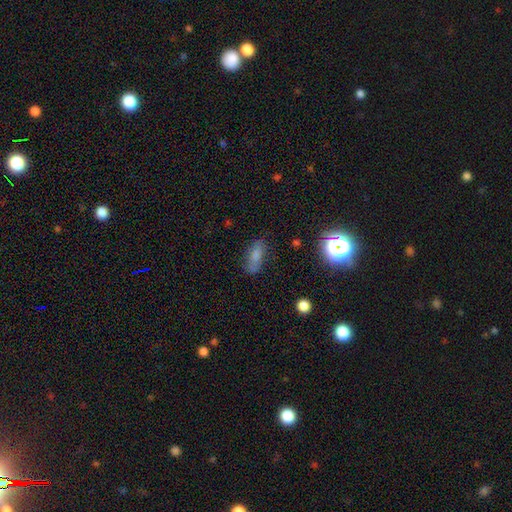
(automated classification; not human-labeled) Smooth or featured: smooth — 72% (star or artifact — 14%)
How rounded: in between — 74% (cigar-shaped — 21%)
Merging: none — 70% (minor disturbance — 21%)